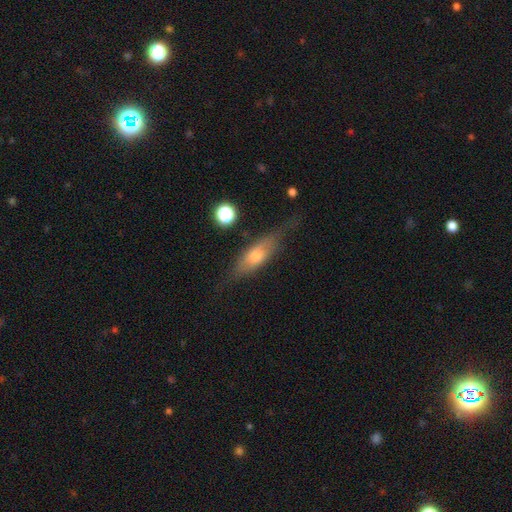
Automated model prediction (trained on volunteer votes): Smooth or featured? Predicted: smooth (p=0.51). How rounded? Predicted: cigar-shaped (p=0.49). Merging? Predicted: none (p=0.61).